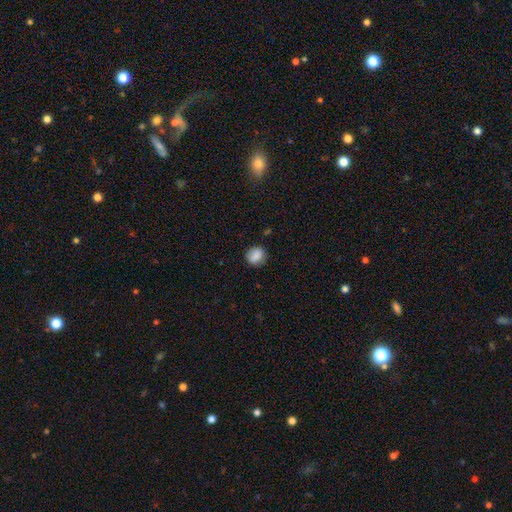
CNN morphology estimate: A smooth galaxy with no disk features (86%) that is round (74%).

Vote fractions:
- Smooth or featured? smooth: 86% / star or artifact: 9% / featured or disk: 6%
- How rounded? round: 74% / in between: 25% / cigar-shaped: 1%
- Merging? none: 83% / minor disturbance: 12% / major disturbance: 3% / merger: 1%